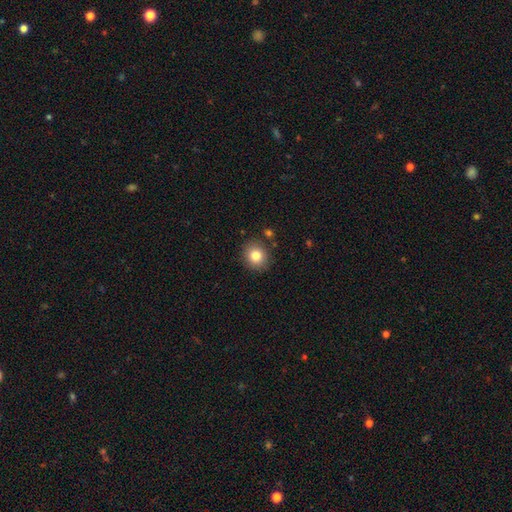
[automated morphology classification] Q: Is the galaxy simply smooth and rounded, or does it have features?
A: smooth — 82%.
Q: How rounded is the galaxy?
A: round — 81%.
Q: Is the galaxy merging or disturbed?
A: none — 87%.